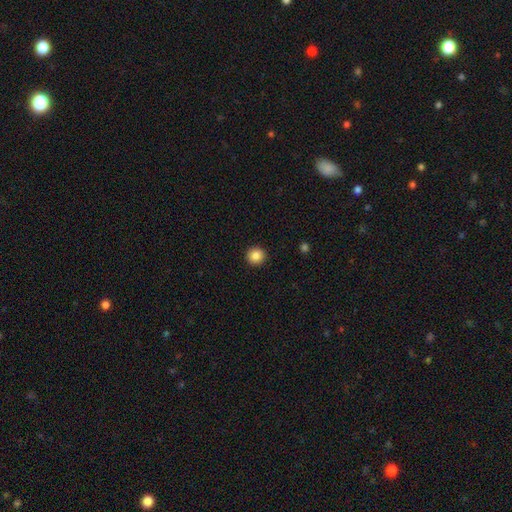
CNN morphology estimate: A smooth galaxy with no disk features (87%) that is round (94%). Merging: none (93%).